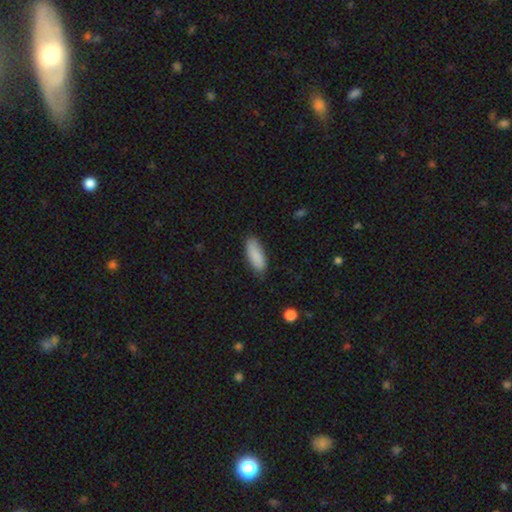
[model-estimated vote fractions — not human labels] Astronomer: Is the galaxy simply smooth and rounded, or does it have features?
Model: smooth — 88%.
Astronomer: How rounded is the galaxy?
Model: in between — 70%.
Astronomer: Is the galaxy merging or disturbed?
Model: none — 82%.